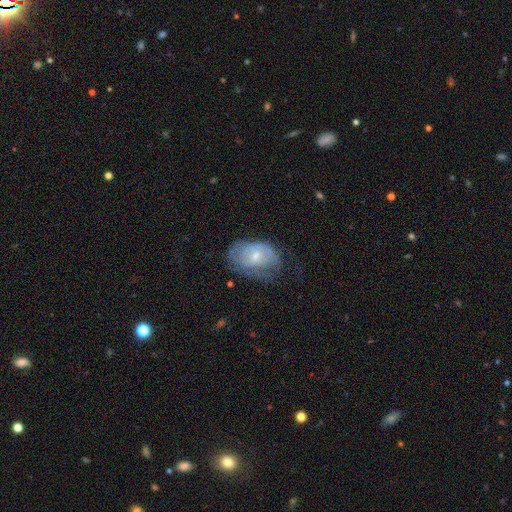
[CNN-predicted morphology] smooth_or_featured: featured or disk (p=0.49) [alt: smooth p=0.43]
merging: none (p=0.48) [alt: minor disturbance p=0.32]